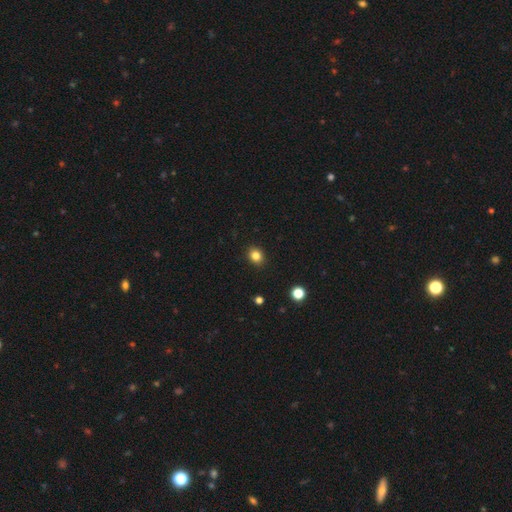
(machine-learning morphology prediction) Smooth or featured? smooth (83%)
How rounded? round (63%)
Merging? none (90%)